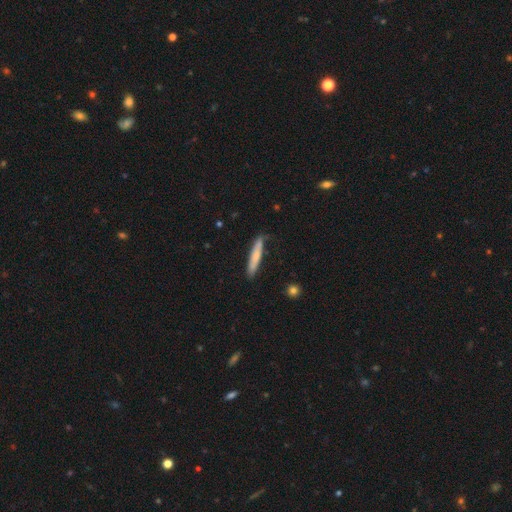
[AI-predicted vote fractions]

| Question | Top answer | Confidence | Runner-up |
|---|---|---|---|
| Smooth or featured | smooth | 71% | featured or disk (23%) |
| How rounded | cigar-shaped | 92% | in between (6%) |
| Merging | none | 75% | minor disturbance (20%) |